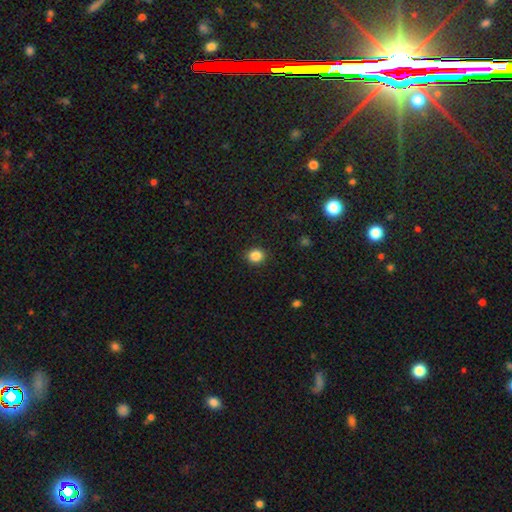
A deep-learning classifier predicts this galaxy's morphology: This appears to be a smooth galaxy with no disk features (86%) that is round (81%). Merging: none (91%).